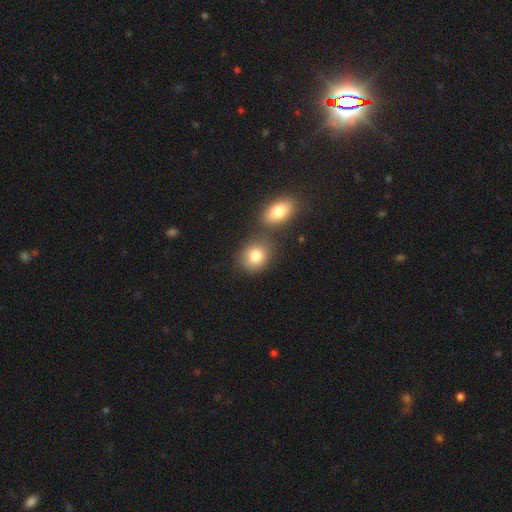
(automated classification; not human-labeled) A smooth galaxy with no disk features (82%) that is round (54%). Merging: none (63%).